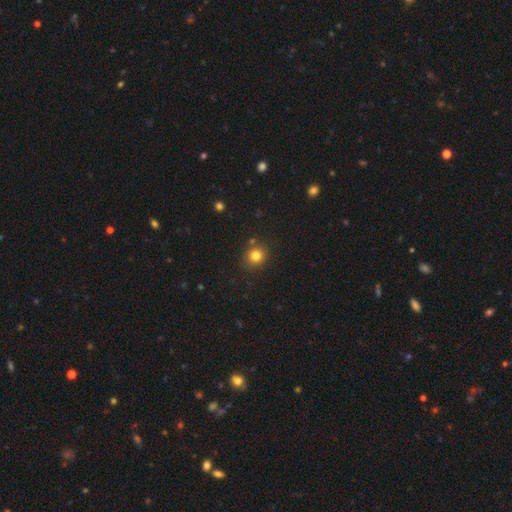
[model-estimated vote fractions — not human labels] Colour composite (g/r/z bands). It shows a smooth galaxy with no disk features (81%) that is round (82%). Merging: none (82%).